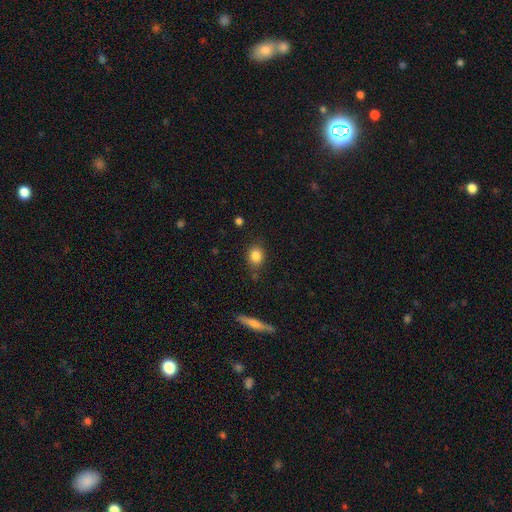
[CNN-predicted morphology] smooth_or_featured: smooth (p=0.84) [alt: star or artifact p=0.09]
how_rounded: round (p=0.59) [alt: in between p=0.39]
merging: none (p=0.80) [alt: minor disturbance p=0.13]